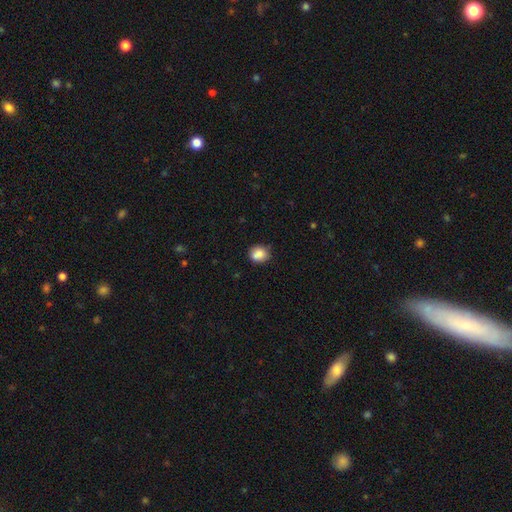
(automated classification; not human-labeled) This is clearly a smooth galaxy (84%). How rounded: likely round (74%). Merging: likely none (72%).